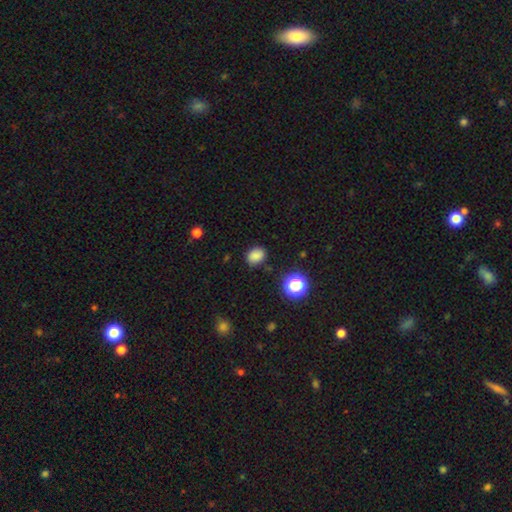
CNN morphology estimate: type=smooth (83%); roundness=in between (59%); merging=none (82%).